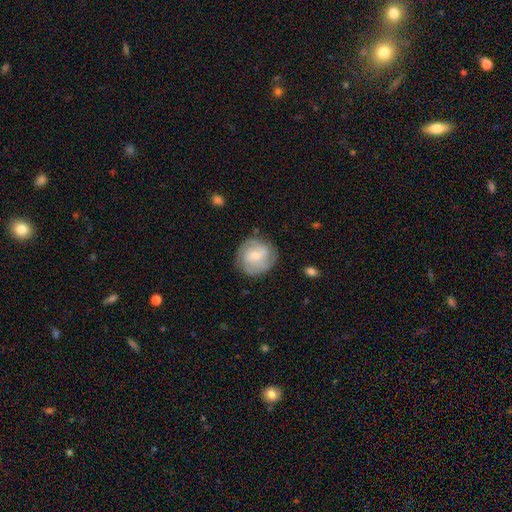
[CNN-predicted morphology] Overall: featured or disk (63%; smooth 30%). Edge-on disk: no (97%). Bar: weak (47%; no 43%). Spiral arms: yes (87%). Spiral arm count: 2 (47%; can't tell 25%). Spiral winding: tight (48%; medium 39%). Bulge size: small (56%; moderate 39%). Merging: none (80%).